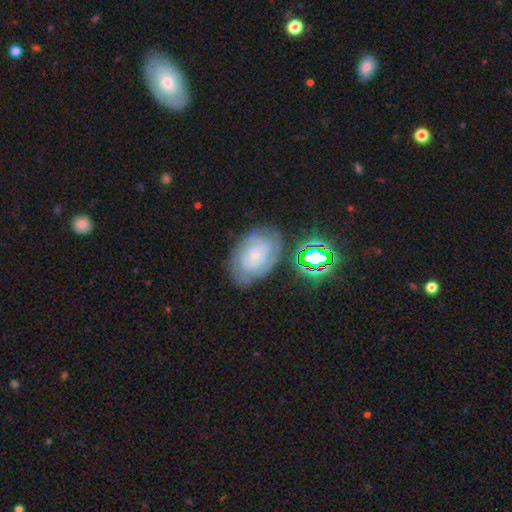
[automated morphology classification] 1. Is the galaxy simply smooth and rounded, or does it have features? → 68% featured or disk, 20% smooth, 12% star or artifact.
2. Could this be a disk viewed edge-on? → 96% no, 4% yes.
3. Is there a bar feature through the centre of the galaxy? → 71% no, 24% weak, 5% strong.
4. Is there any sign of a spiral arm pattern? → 89% yes, 11% no.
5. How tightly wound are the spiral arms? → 71% tight, 23% medium, 6% loose.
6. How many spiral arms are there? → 48% can't tell, 20% 2, 14% 3, 8% 4, 5% 1, 5% more than 4.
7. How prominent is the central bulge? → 76% small, 12% moderate, 8% none, 2% large, 1% dominant.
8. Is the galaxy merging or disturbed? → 70% none, 19% minor disturbance, 7% major disturbance, 4% merger.